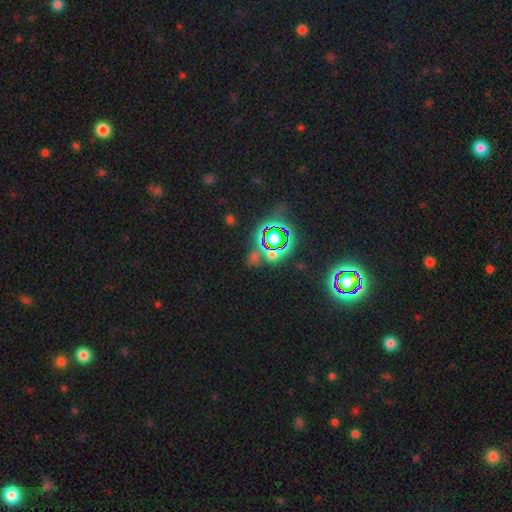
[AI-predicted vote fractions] Smooth or featured? star or artifact (71%)